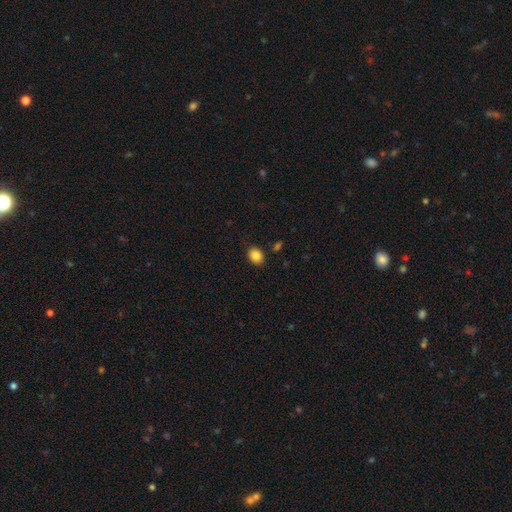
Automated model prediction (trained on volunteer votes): This appears to be a smooth galaxy with no disk features (86%) that is in between round and cigar-shaped (56%). Merging: none (86%).